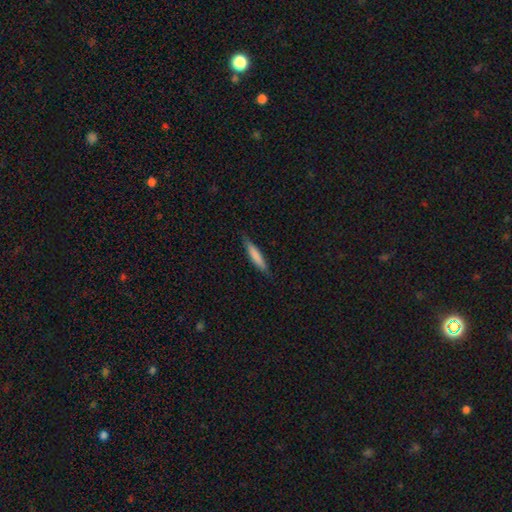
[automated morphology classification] A smooth galaxy with no disk features (74%) that is cigar-shaped (90%). Merging: none (86%).